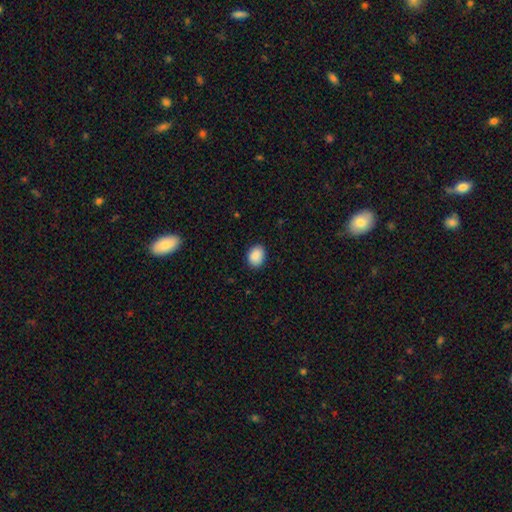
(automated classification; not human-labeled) Smooth or featured? smooth (90%)
How rounded? in between (63%)
Merging? none (89%)